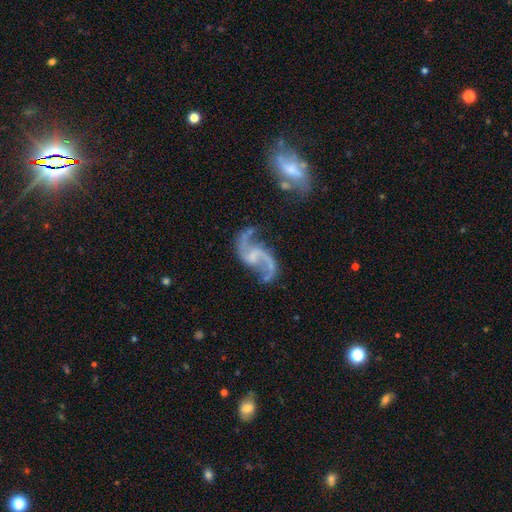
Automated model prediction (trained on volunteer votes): smooth-or-featured: featured or disk: 91% | star or artifact: 5% | smooth: 4%
  disk-edge-on: no: 98% | yes: 2%
    bar: weak: 47% | no: 41% | strong: 12%
    has-spiral-arms: yes: 96% | no: 4%
      spiral-winding: loose: 73% | medium: 23% | tight: 4%
      spiral-arm-count: 2: 93% | 1: 2% | can't tell: 2% | 3: 1% | 4: 1% | more than 4: 1%
    bulge-size: none: 46% | small: 36% | moderate: 14% | large: 2% | dominant: 1%
  merging: none: 63% | minor disturbance: 18% | major disturbance: 11% | merger: 8%